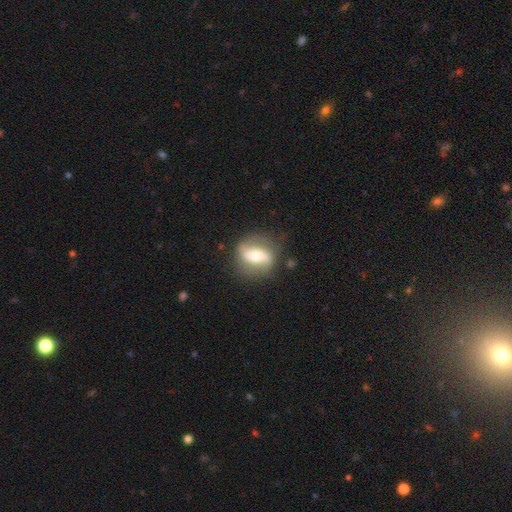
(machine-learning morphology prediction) Q: Smooth or featured?
A: featured or disk (66%); runner-up: smooth (27%)
Q: Edge-on disk?
A: no (88%); runner-up: yes (12%)
Q: Bar?
A: strong (52%); runner-up: weak (27%)
Q: Spiral arms?
A: yes (72%); runner-up: no (28%)
Q: Bulge size?
A: moderate (62%); runner-up: small (22%)
Q: Merging?
A: none (75%); runner-up: minor disturbance (16%)